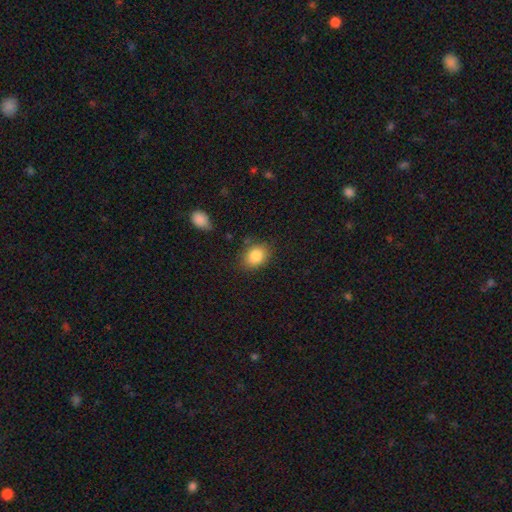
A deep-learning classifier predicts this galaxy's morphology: Q: Smooth or featured?
A: smooth (85%); runner-up: star or artifact (9%)
Q: How rounded?
A: in between (60%); runner-up: round (38%)
Q: Merging?
A: none (79%); runner-up: minor disturbance (15%)